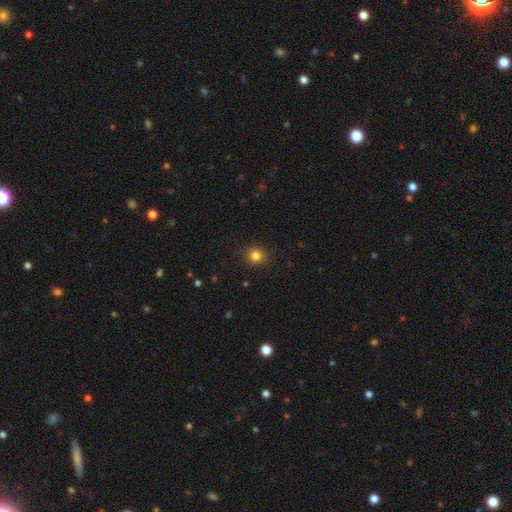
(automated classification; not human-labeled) smooth 83%, star or artifact 12%, featured or disk 4%. Down the decision tree: how rounded — round (85%); merging — none (91%).